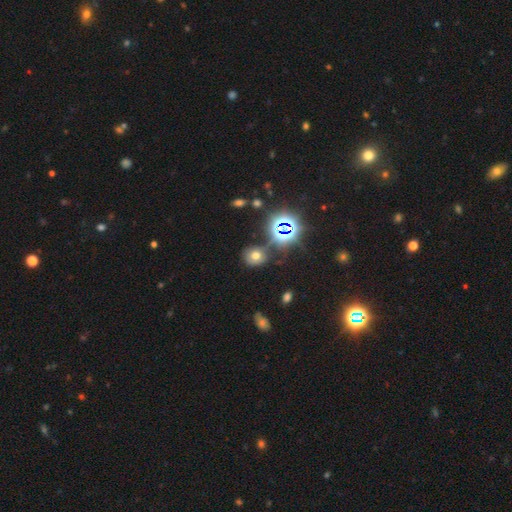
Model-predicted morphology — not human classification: smooth_or_featured: smooth (p=0.54) [alt: star or artifact p=0.32]
how_rounded: round (p=0.67) [alt: in between p=0.32]
merging: none (p=0.69) [alt: minor disturbance p=0.16]